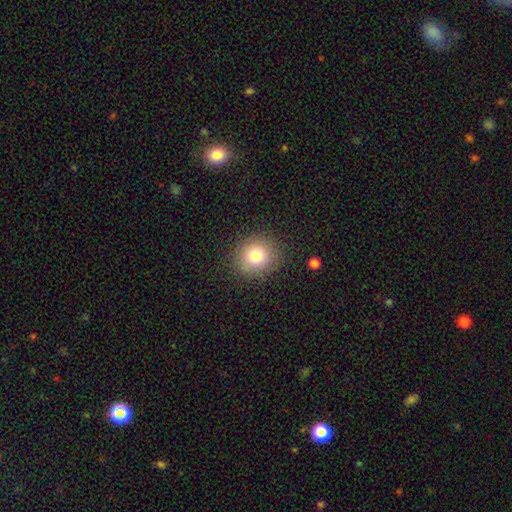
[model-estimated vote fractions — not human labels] smooth-or-featured: smooth: 80% | star or artifact: 11% | featured or disk: 9%
  how-rounded: round: 82% | in between: 17% | cigar-shaped: 1%
  merging: none: 87% | minor disturbance: 9% | major disturbance: 3% | merger: 1%